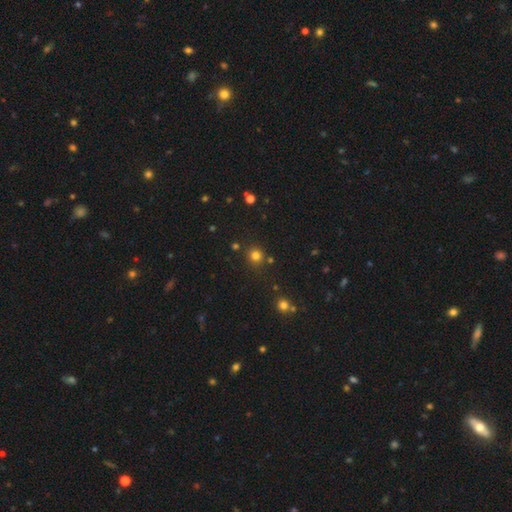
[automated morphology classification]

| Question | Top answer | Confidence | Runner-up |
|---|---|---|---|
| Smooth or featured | smooth | 78% | star or artifact (17%) |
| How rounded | round | 91% | in between (8%) |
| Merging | none | 85% | minor disturbance (8%) |